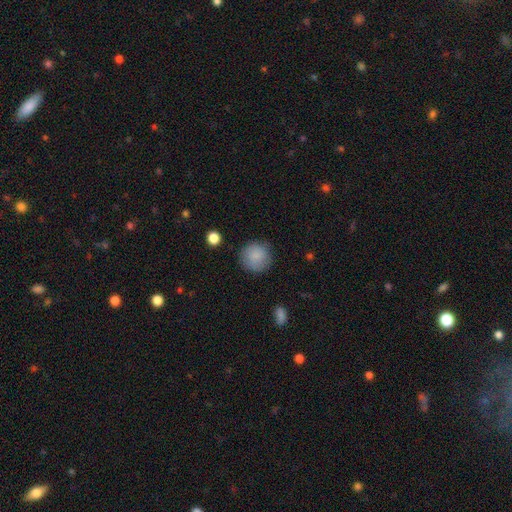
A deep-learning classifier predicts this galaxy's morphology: Smooth or featured: smooth — 86% (star or artifact — 8%)
How rounded: round — 93% (in between — 6%)
Merging: none — 83% (minor disturbance — 12%)